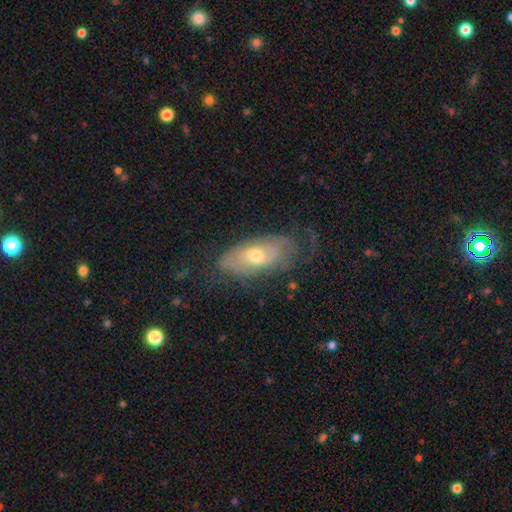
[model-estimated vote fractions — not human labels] Smooth or featured?
  - featured or disk: 63% *
  - smooth: 30%
  - star or artifact: 8%
Edge-on disk?
  - no: 85% *
  - yes: 15%
Bar?
  - no: 73% *
  - weak: 21%
  - strong: 5%
Spiral arms?
  - yes: 66% *
  - no: 34%
Bulge size?
  - moderate: 66% *
  - small: 28%
  - large: 4%
  - none: 1%
  - dominant: 1%
Merging?
  - none: 57% *
  - minor disturbance: 26%
  - major disturbance: 15%
  - merger: 2%